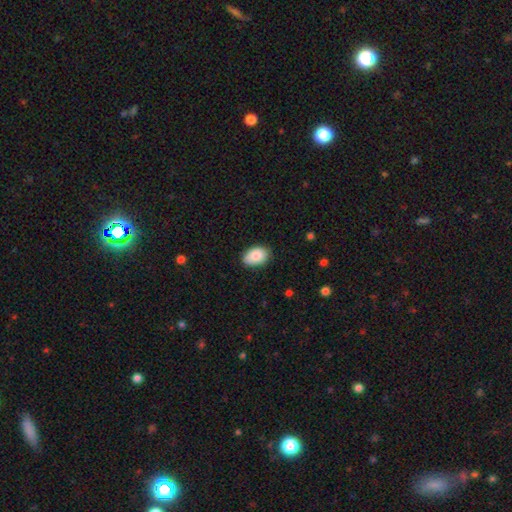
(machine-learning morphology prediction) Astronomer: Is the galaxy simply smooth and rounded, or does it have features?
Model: smooth — 86%.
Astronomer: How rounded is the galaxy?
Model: in between — 88%.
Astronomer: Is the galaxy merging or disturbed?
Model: none — 81%.